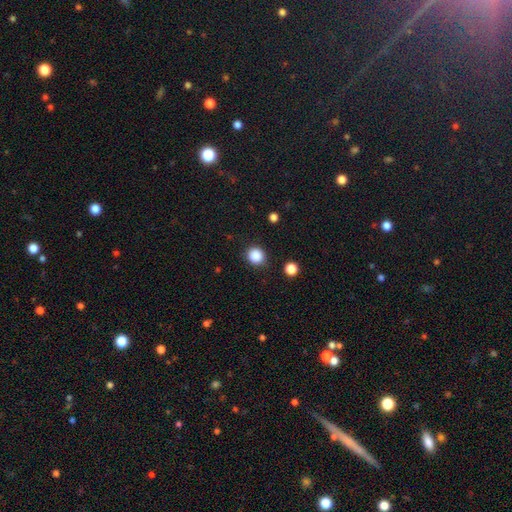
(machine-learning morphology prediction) smooth 86%, star or artifact 11%, featured or disk 3%. Down the decision tree: how rounded — round (89%); merging — none (87%).